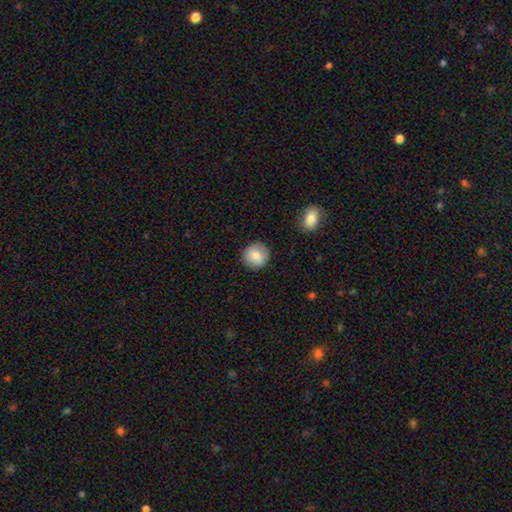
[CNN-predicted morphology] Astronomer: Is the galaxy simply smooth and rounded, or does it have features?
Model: smooth — 81%.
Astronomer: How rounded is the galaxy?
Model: round — 93%.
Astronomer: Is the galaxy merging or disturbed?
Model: none — 89%.